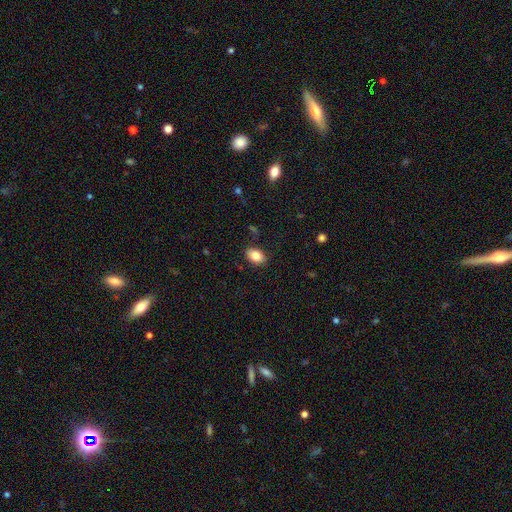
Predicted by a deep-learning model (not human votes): A smooth galaxy with no disk features (83%) that is in between round and cigar-shaped (84%). Merging: none (86%).